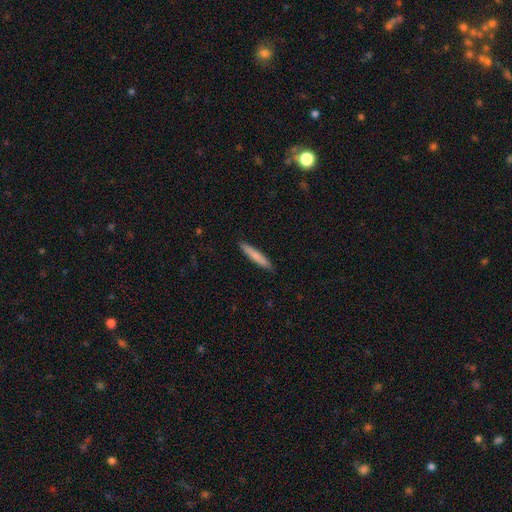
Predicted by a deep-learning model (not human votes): This is likely a smooth galaxy (77%). How rounded: clearly cigar-shaped (94%). Merging: clearly none (91%).